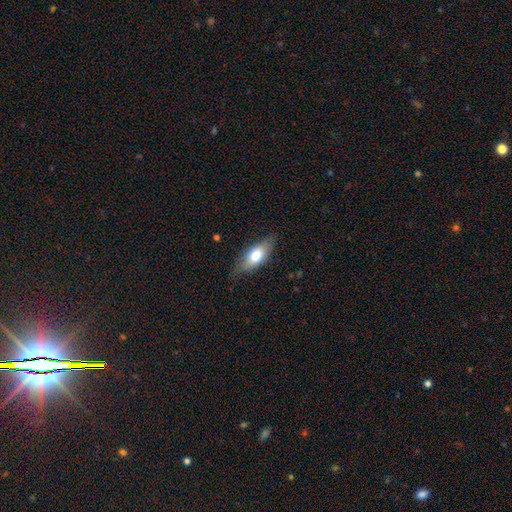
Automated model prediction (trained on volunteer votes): Morphology: type=smooth (69%); roundness=in between (77%); merging=none (76%).